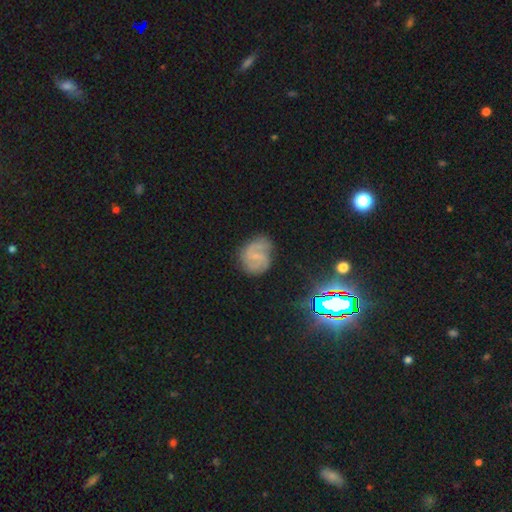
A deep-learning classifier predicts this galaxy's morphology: featured or disk 65%, smooth 24%, star or artifact 11%. Down the decision tree: edge-on disk — no (98%); bar — weak (51%); spiral arms — yes (89%); spiral arm count — 2 (70%); spiral winding — medium (47%); bulge size — small (61%); merging — none (68%).